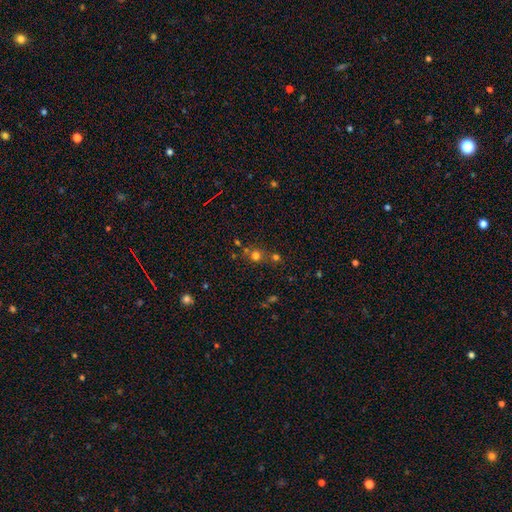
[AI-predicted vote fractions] Overall: smooth (66%). How rounded: round (88%). Merging: none (63%; merger 25%).